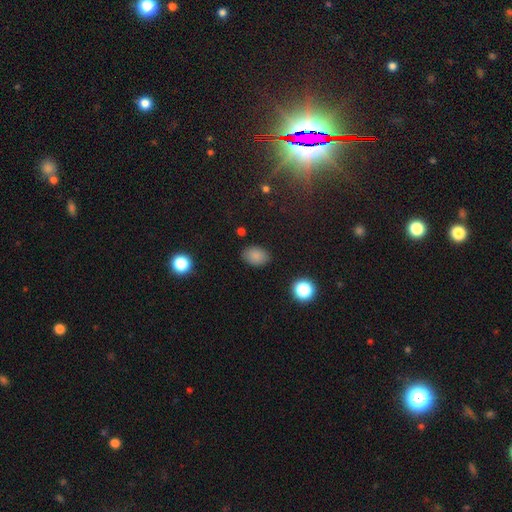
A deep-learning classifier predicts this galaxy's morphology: The model was most divided on "how rounded": in between: 80%, round: 19%, cigar-shaped: 1%. More confident: merging — none (86%); smooth or featured — smooth (85%).